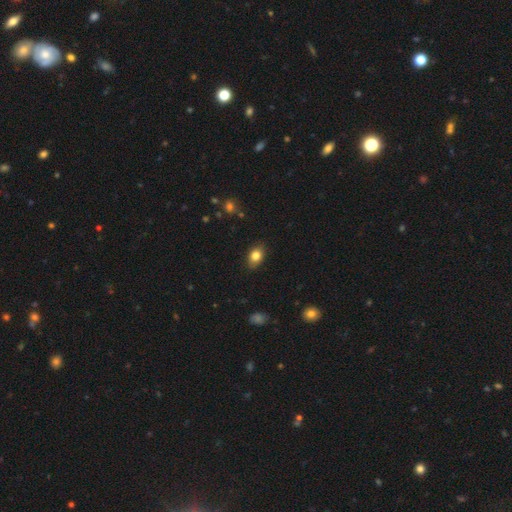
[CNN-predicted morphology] Q: Smooth or featured?
A: smooth (82%); runner-up: star or artifact (9%)
Q: How rounded?
A: in between (77%); runner-up: round (21%)
Q: Merging?
A: none (83%); runner-up: minor disturbance (13%)